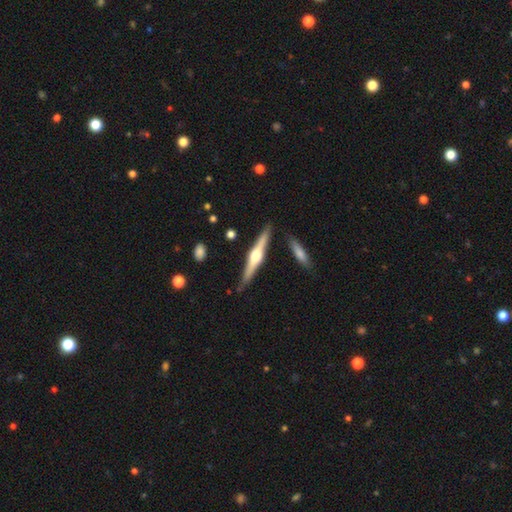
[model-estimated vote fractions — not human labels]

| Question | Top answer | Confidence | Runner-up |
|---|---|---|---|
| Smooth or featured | featured or disk | 74% | smooth (20%) |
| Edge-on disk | yes | 98% | no (2%) |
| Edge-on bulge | rounded | 93% | boxy (5%) |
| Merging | none | 86% | minor disturbance (9%) |